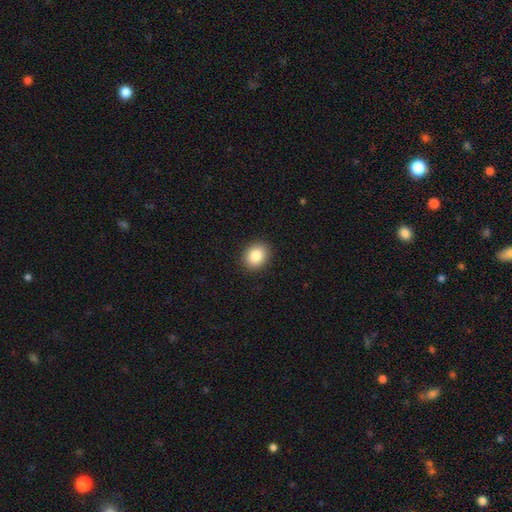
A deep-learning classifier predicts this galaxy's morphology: This is clearly a smooth galaxy (86%). How rounded: possibly round (58%). Merging: clearly none (91%).